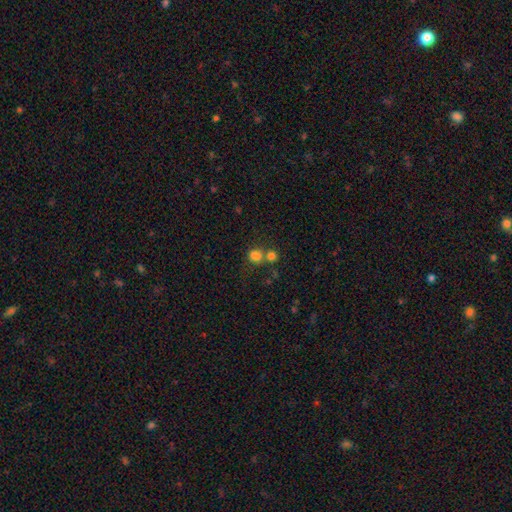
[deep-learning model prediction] Smooth or featured: smooth — 77% (star or artifact — 15%)
How rounded: round — 76% (in between — 23%)
Merging: none — 47% (merger — 40%)